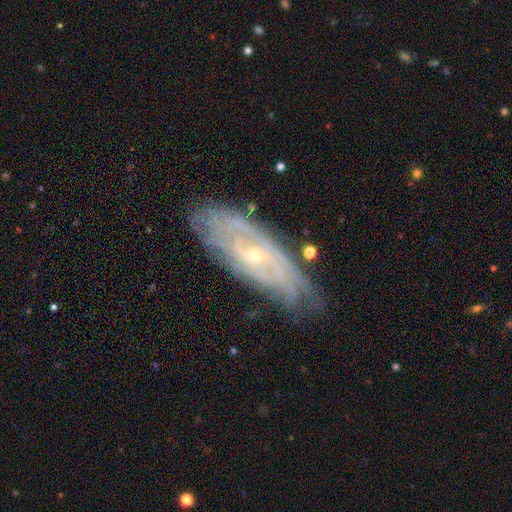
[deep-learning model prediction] featured or disk 82%, smooth 11%, star or artifact 7%. Down the decision tree: edge-on disk — no (84%); bar — no (59%); spiral arms — yes (89%); spiral arm count — can't tell (57%); spiral winding — tight (74%); bulge size — small (78%); merging — none (74%).